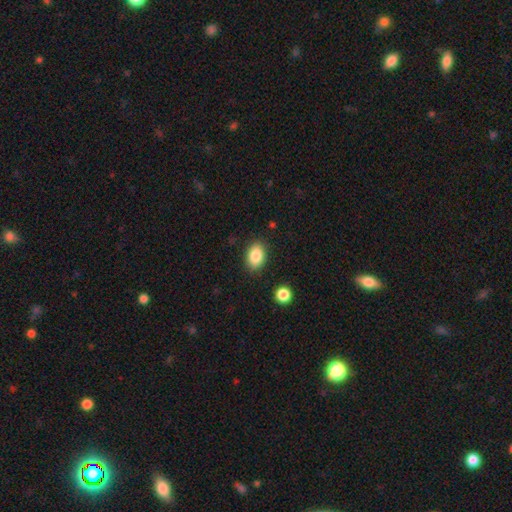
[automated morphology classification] type=smooth (86%); roundness=in between (85%); merging=none (86%).